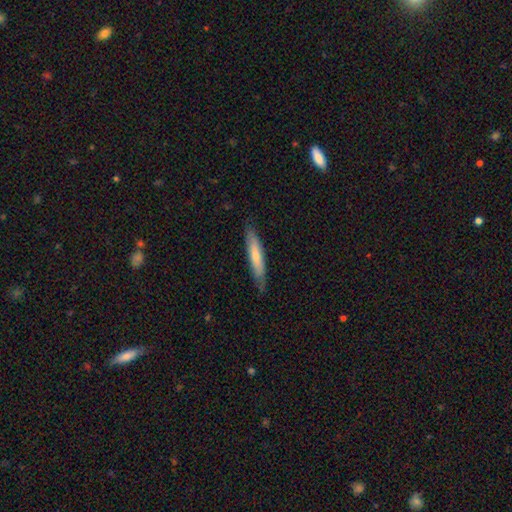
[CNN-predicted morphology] smooth_or_featured: smooth (p=0.62) [alt: featured or disk p=0.32]
how_rounded: cigar-shaped (p=0.88) [alt: in between p=0.11]
merging: none (p=0.80) [alt: minor disturbance p=0.16]